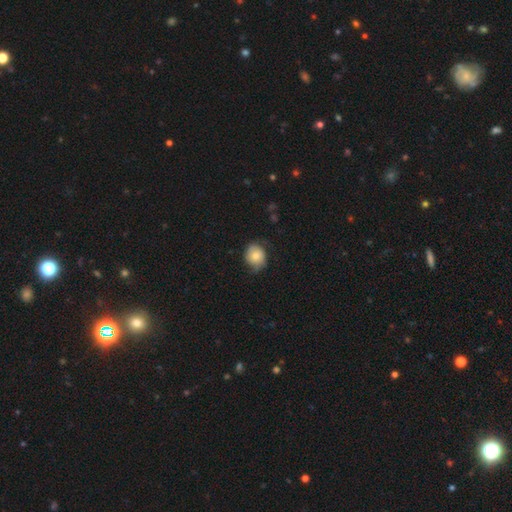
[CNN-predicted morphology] smooth_or_featured: smooth (p=0.70) [alt: featured or disk p=0.23]
how_rounded: round (p=0.65) [alt: in between p=0.34]
merging: none (p=0.62) [alt: minor disturbance p=0.28]